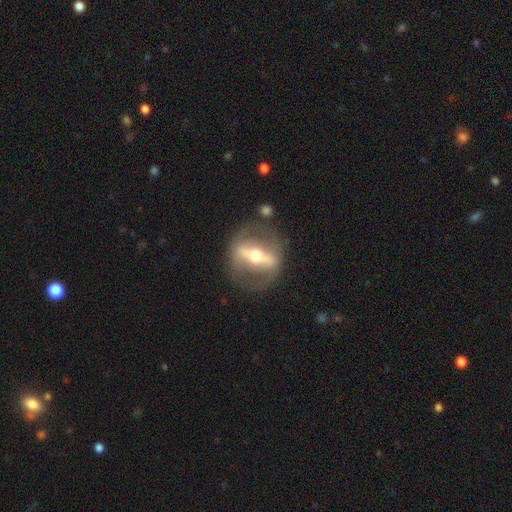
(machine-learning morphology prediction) type=featured or disk (80%); edge-on=no (58%); merging=none (77%).